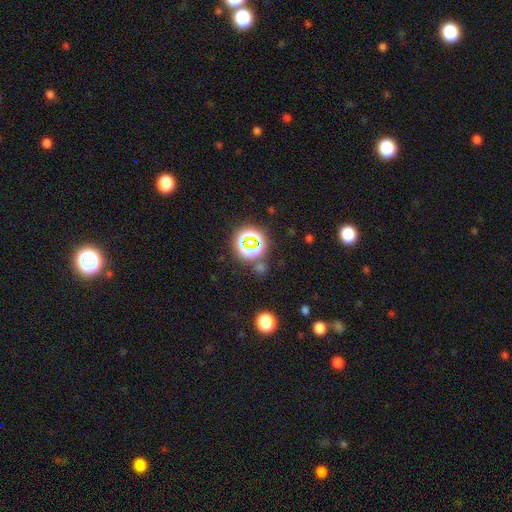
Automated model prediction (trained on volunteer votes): A star or artifact, not a galaxy (75%).

Vote fractions:
- Smooth or featured? star or artifact: 75% / smooth: 18% / featured or disk: 7%